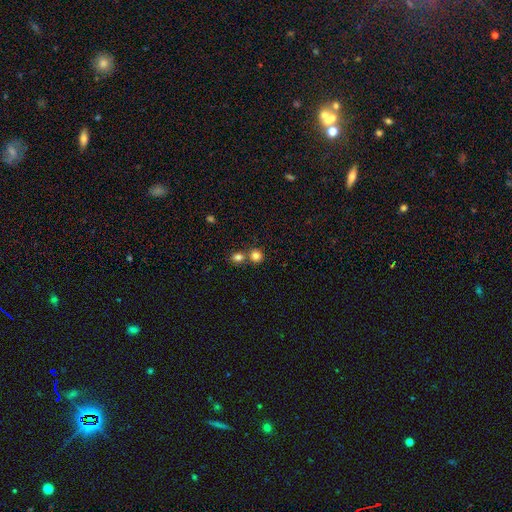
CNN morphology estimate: Overall: smooth (82%). How rounded: round (88%). Merging: none (60%; merger 31%).